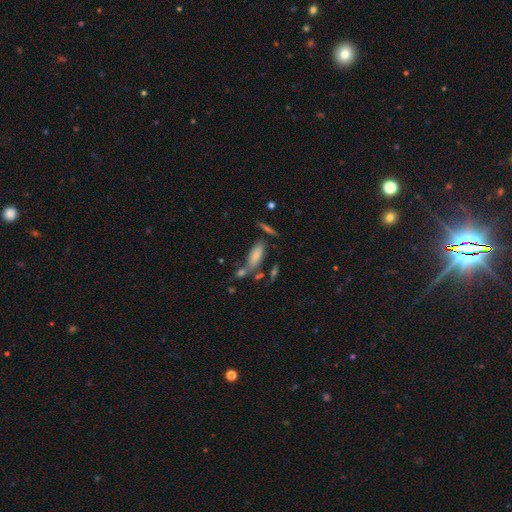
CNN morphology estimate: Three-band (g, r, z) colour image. It shows a smooth galaxy with no disk features (74%) that is in between round and cigar-shaped (67%). Merging: none (51%).